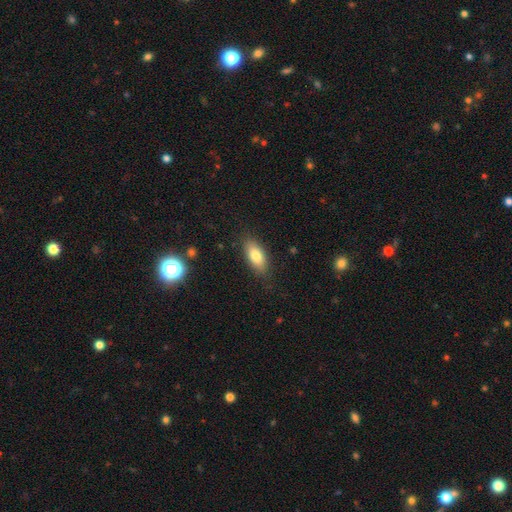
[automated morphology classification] This appears to be a smooth galaxy with no disk features (79%) that is in between round and cigar-shaped (83%). Merging: none (83%).